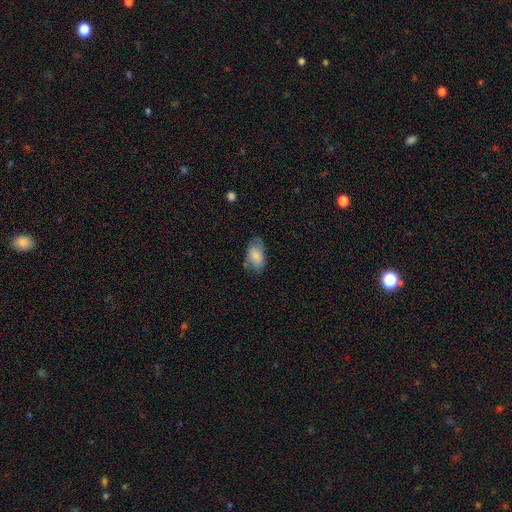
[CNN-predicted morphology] A smooth galaxy with no disk features (74%) that is in between round and cigar-shaped (92%).

Vote fractions:
- Smooth or featured? smooth: 74% / featured or disk: 19% / star or artifact: 7%
- How rounded? in between: 92% / round: 6% / cigar-shaped: 2%
- Merging? none: 59% / minor disturbance: 29% / major disturbance: 10% / merger: 2%